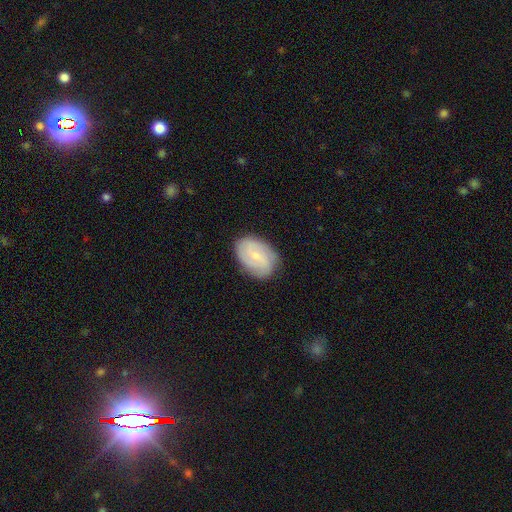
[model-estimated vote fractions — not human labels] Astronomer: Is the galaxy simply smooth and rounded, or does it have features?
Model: featured or disk — 51% (runner-up: smooth, 43%).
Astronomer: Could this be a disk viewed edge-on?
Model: no — 96%.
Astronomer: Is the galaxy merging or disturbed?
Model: none — 80%.